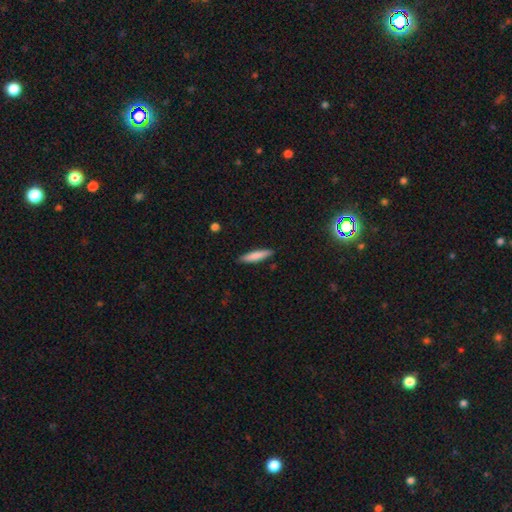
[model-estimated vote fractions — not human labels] Morphology: type=smooth (78%); roundness=cigar-shaped (86%); merging=none (89%).